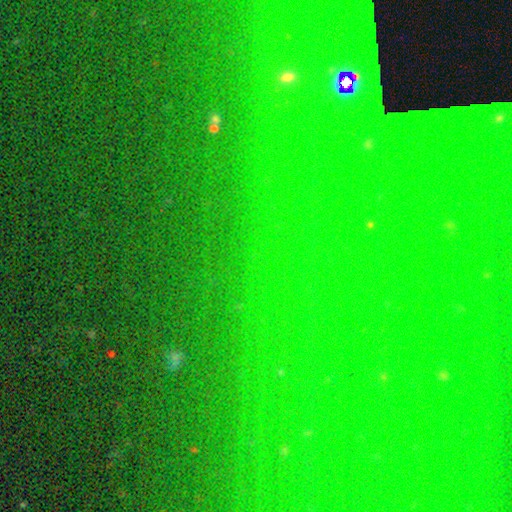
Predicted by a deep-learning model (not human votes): The model was most divided on "smooth or featured": star or artifact: 78%, smooth: 13%, featured or disk: 9%.